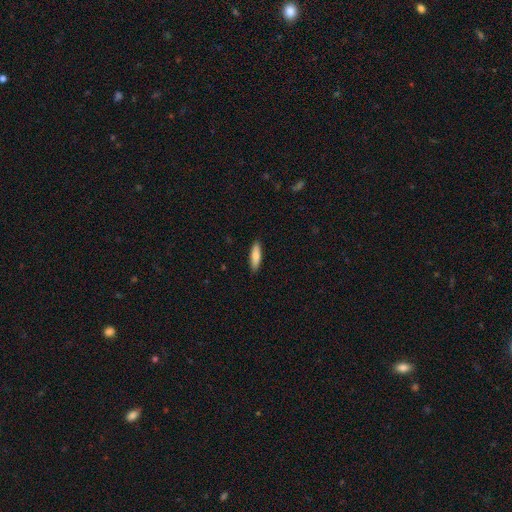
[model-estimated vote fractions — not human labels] A smooth galaxy with no disk features (82%) that is cigar-shaped (63%).

Vote fractions:
- Smooth or featured? smooth: 82% / featured or disk: 12% / star or artifact: 6%
- How rounded? cigar-shaped: 63% / in between: 36% / round: 2%
- Merging? none: 89% / minor disturbance: 8% / major disturbance: 2% / merger: 1%